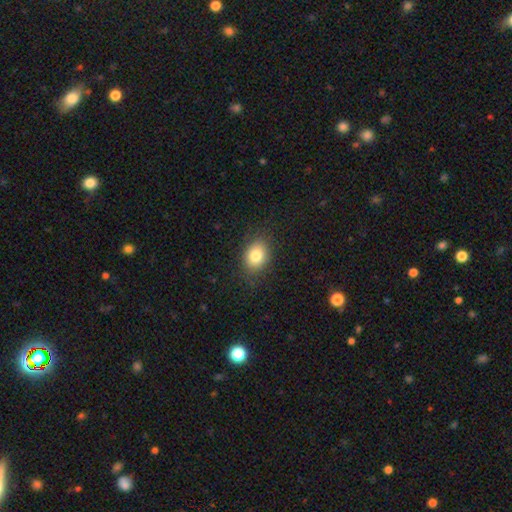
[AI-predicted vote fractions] smooth-or-featured: smooth: 81% | star or artifact: 10% | featured or disk: 9%
  how-rounded: in between: 60% | round: 39% | cigar-shaped: 1%
  merging: none: 83% | minor disturbance: 12% | major disturbance: 4% | merger: 1%